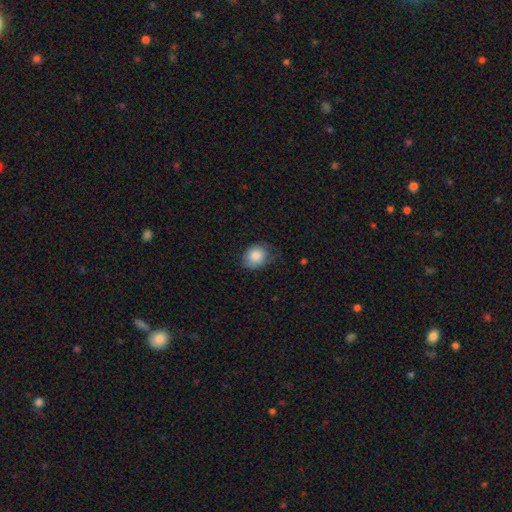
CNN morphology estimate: Overall: smooth (85%). How rounded: round (58%; in between 41%). Merging: none (66%; minor disturbance 27%).